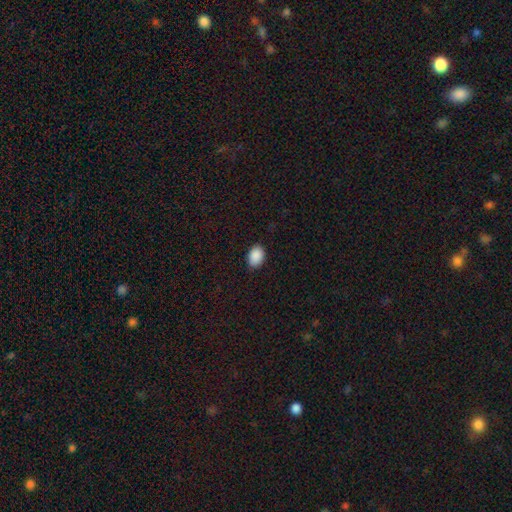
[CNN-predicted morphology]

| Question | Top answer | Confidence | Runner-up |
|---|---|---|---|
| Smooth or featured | smooth | 90% | star or artifact (8%) |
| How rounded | in between | 81% | round (18%) |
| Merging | none | 86% | minor disturbance (11%) |